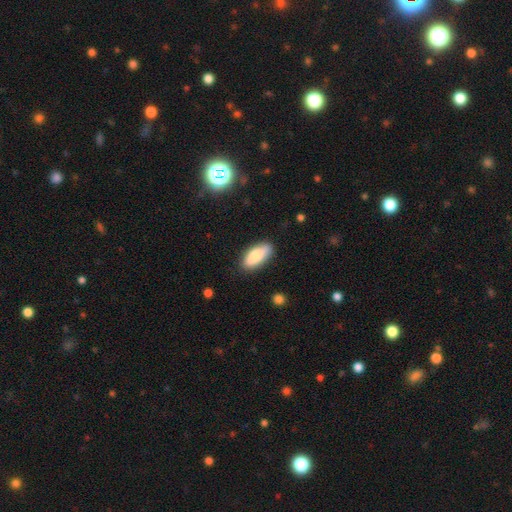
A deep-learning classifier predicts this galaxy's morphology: This appears to be a smooth galaxy with no disk features (82%) that is in between round and cigar-shaped (83%). Merging: none (82%).